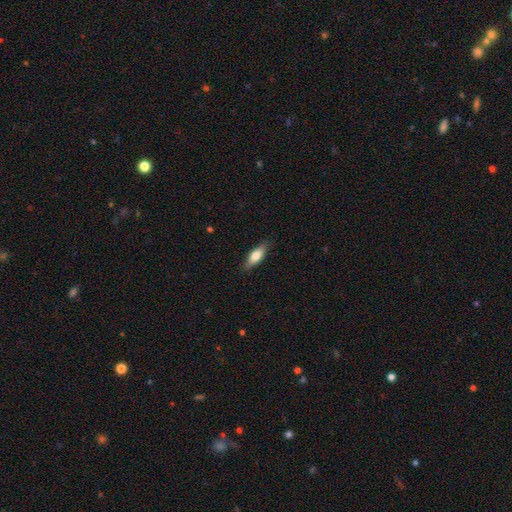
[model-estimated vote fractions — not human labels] Smooth or featured?
  - smooth: 72% *
  - featured or disk: 22%
  - star or artifact: 6%
How rounded?
  - in between: 63% *
  - cigar-shaped: 34%
  - round: 3%
Merging?
  - none: 85% *
  - minor disturbance: 12%
  - major disturbance: 2%
  - merger: 1%